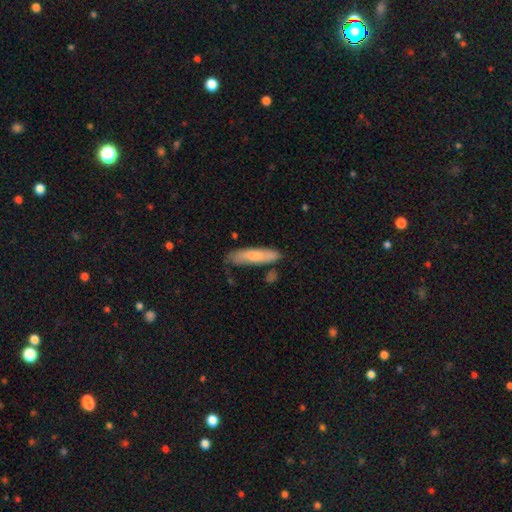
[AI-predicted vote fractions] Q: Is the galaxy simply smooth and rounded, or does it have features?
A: smooth — 75%.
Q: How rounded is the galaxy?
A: cigar-shaped — 75%.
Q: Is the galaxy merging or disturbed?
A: none — 72%.